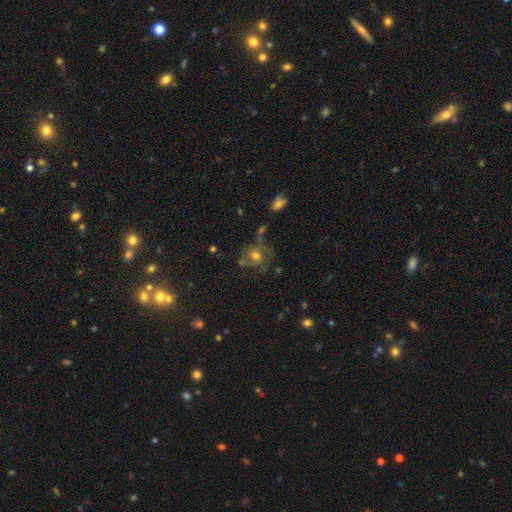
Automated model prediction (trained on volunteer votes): Smooth or featured? Predicted: featured or disk (p=0.47). Merging? Predicted: none (p=0.48).